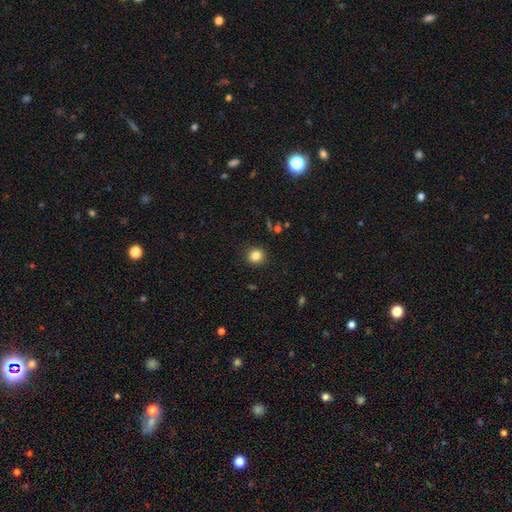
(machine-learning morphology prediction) Smooth or featured?
  - smooth: 83% *
  - star or artifact: 12%
  - featured or disk: 5%
How rounded?
  - round: 93% *
  - in between: 6%
  - cigar-shaped: 1%
Merging?
  - none: 92% *
  - minor disturbance: 5%
  - major disturbance: 2%
  - merger: 1%